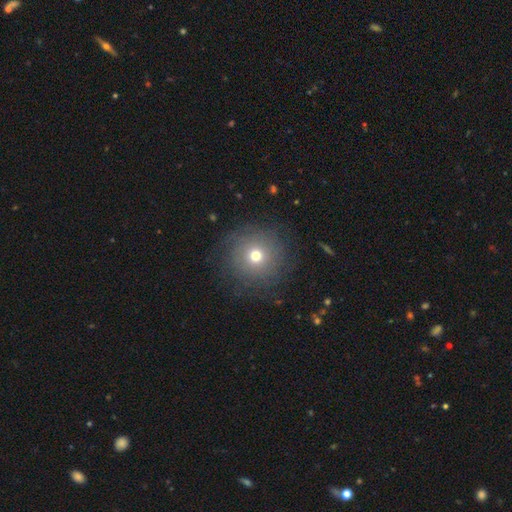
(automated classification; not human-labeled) smooth-or-featured: smooth: 59% | featured or disk: 24% | star or artifact: 17%
  how-rounded: round: 94% | in between: 5% | cigar-shaped: 1%
  merging: none: 83% | minor disturbance: 10% | major disturbance: 6% | merger: 1%